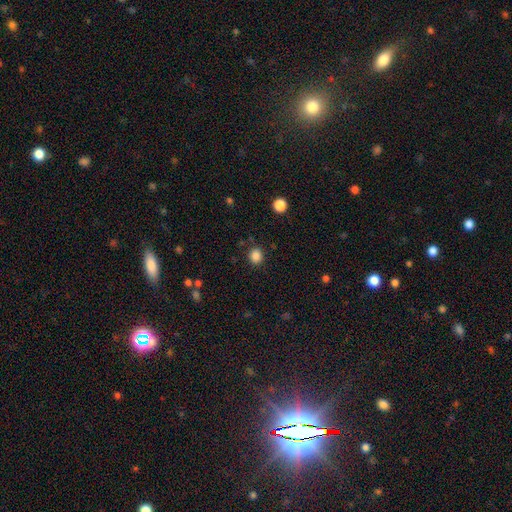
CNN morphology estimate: Smooth or featured: smooth — 85% (star or artifact — 11%)
How rounded: round — 73% (in between — 26%)
Merging: none — 86% (minor disturbance — 9%)